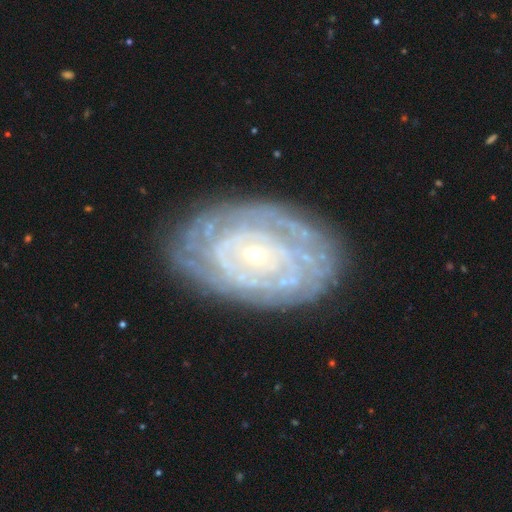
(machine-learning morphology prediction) The model was most divided on "spiral arm count": can't tell: 52%, 2: 13%, more than 4: 10%, 4: 10%, 3: 9%, 1: 5%. More confident: edge-on disk — no (95%); spiral arms — yes (87%); spiral winding — tight (84%); smooth or featured — featured or disk (83%); bulge size — small (80%); bar — no (79%); merging — none (76%).